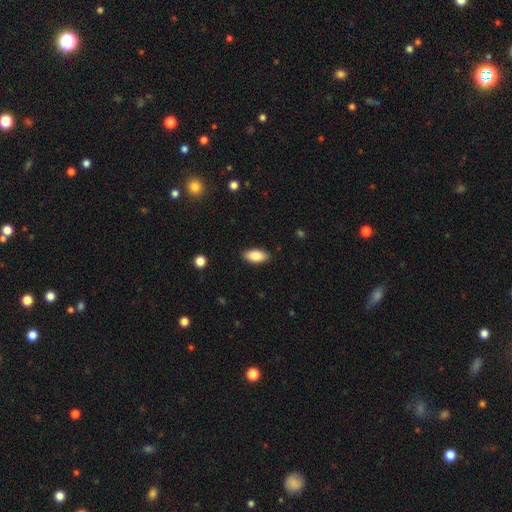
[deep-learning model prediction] The model was most divided on "smooth or featured": smooth: 84%, featured or disk: 9%, star or artifact: 7%. More confident: how rounded — in between (91%); merging — none (88%).